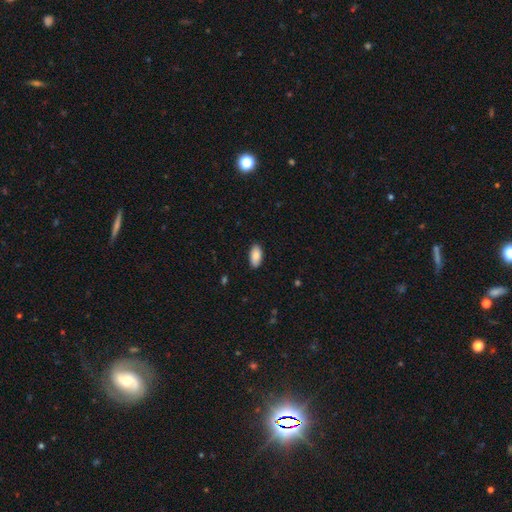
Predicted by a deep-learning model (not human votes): This appears to be a smooth galaxy with no disk features (88%) that is in between round and cigar-shaped (93%). Merging: none (89%).